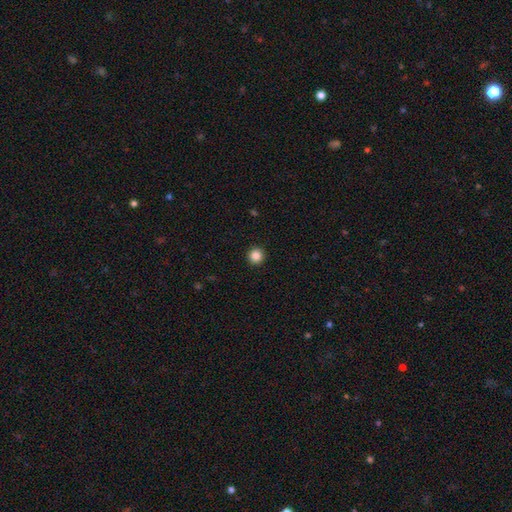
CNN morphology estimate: Smooth or featured: smooth — 85% (star or artifact — 11%)
How rounded: round — 96% (in between — 3%)
Merging: none — 94% (minor disturbance — 4%)